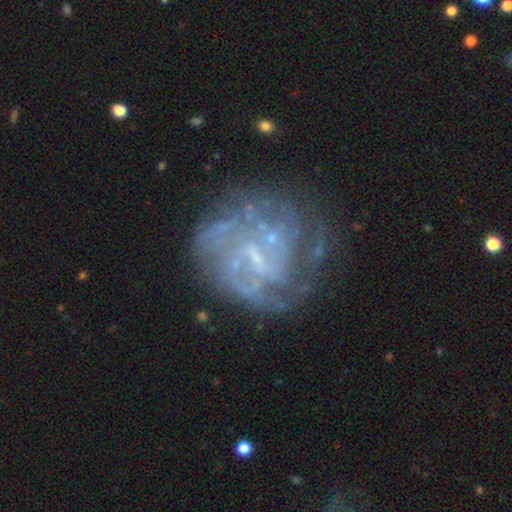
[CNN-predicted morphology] A featured or disk galaxy (79%) with a weak bar (47%), tight (51%) spiral arms (72%) and a small central bulge (48%). Merging: none (57%).